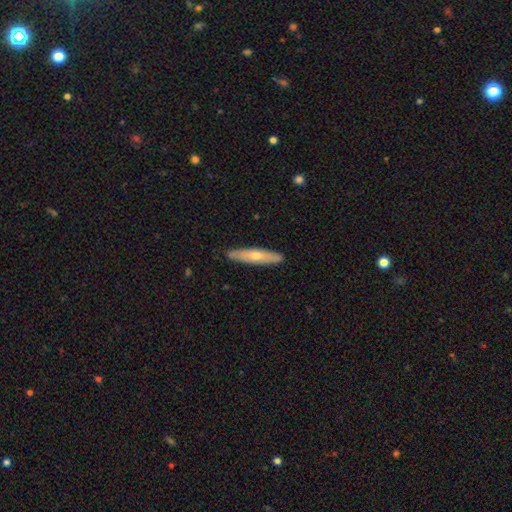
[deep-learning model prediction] Smooth or featured: smooth — 52% (featured or disk — 43%)
How rounded: cigar-shaped — 83% (in between — 16%)
Merging: none — 89% (minor disturbance — 9%)